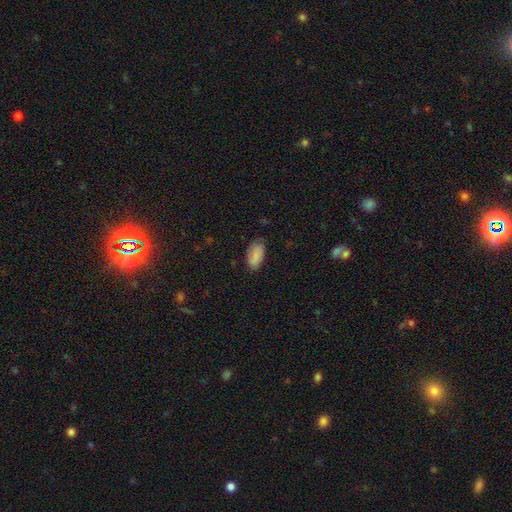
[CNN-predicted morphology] Smooth or featured? smooth (82%)
How rounded? in between (94%)
Merging? none (76%)